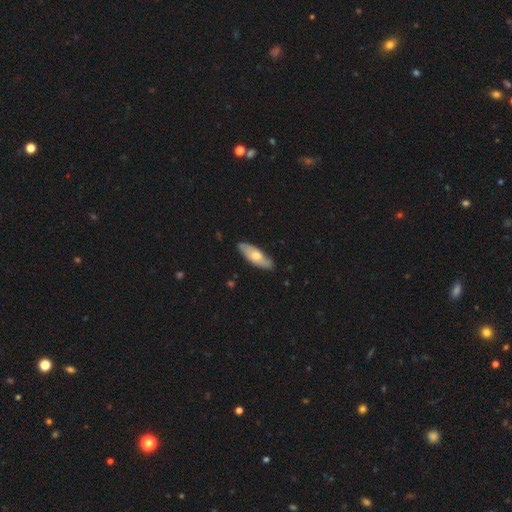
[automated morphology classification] A smooth galaxy with no disk features (57%) that is in between round and cigar-shaped (65%).

Vote fractions:
- Smooth or featured? smooth: 57% / featured or disk: 38% / star or artifact: 5%
- How rounded? in between: 65% / cigar-shaped: 33% / round: 2%
- Merging? none: 84% / minor disturbance: 13% / major disturbance: 2% / merger: 1%